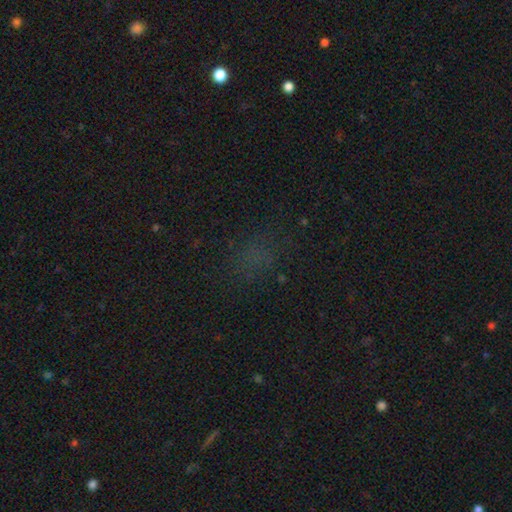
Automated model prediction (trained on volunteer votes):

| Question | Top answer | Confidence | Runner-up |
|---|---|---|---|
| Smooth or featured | smooth | 48% | star or artifact (42%) |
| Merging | none | 74% | minor disturbance (14%) |